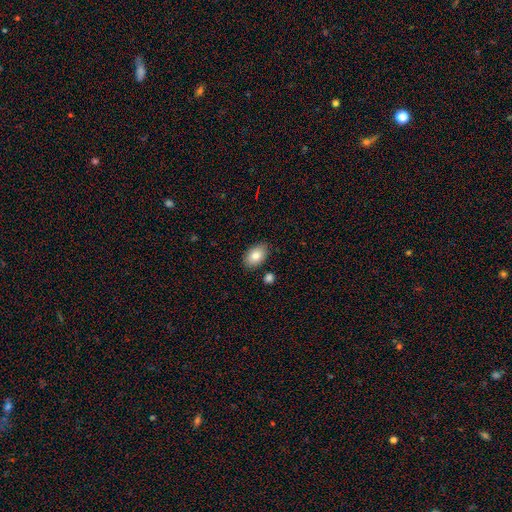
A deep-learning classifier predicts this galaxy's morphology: smooth-or-featured: smooth: 82% | featured or disk: 11% | star or artifact: 7%
  how-rounded: in between: 90% | round: 9% | cigar-shaped: 1%
  merging: none: 85% | minor disturbance: 10% | merger: 3% | major disturbance: 2%